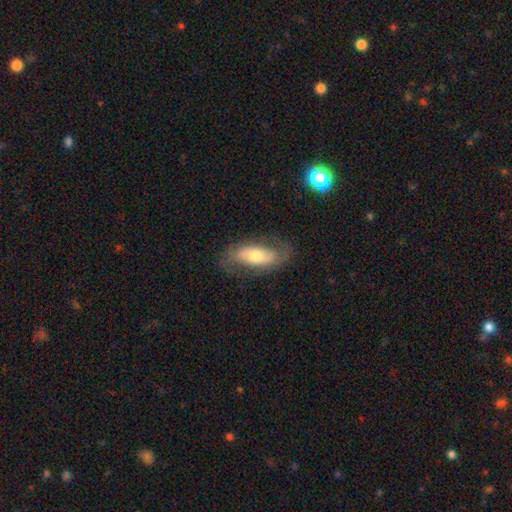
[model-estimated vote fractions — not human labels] A featured or disk galaxy (55%). Merging: none (73%).